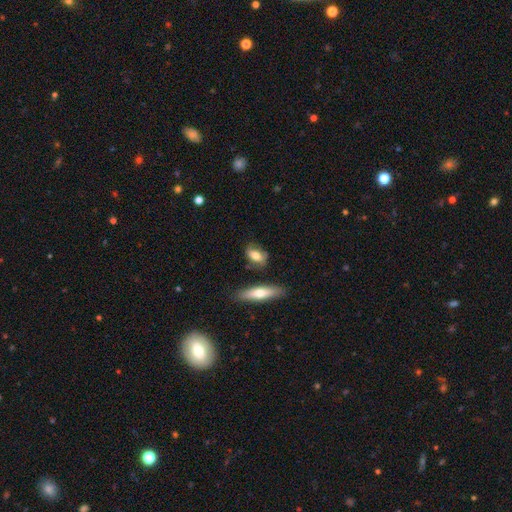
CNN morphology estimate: Smooth or featured?
  - smooth: 69% *
  - featured or disk: 24%
  - star or artifact: 7%
How rounded?
  - in between: 76% *
  - cigar-shaped: 13%
  - round: 11%
Merging?
  - none: 71% *
  - minor disturbance: 18%
  - merger: 7%
  - major disturbance: 5%